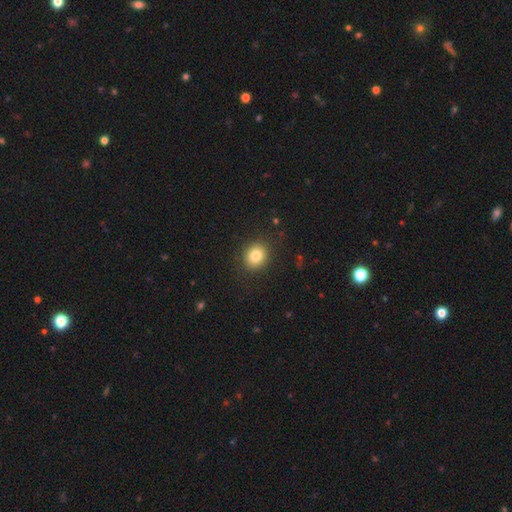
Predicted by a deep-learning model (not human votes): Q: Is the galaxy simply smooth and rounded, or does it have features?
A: smooth — 81%.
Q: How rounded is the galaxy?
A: round — 72%.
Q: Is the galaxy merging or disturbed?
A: none — 87%.